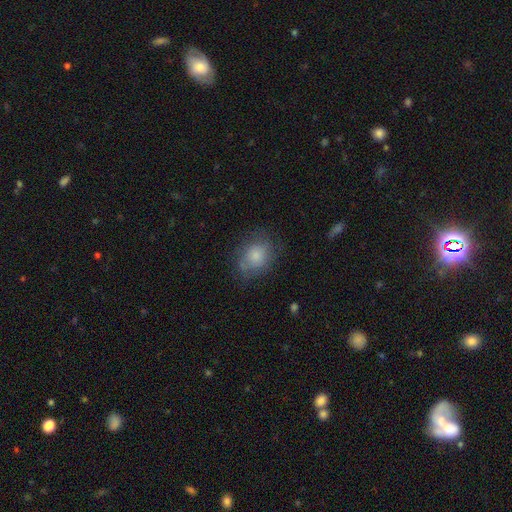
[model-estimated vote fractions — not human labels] A smooth galaxy with no disk features (76%) that is round (51%). Merging: none (63%).